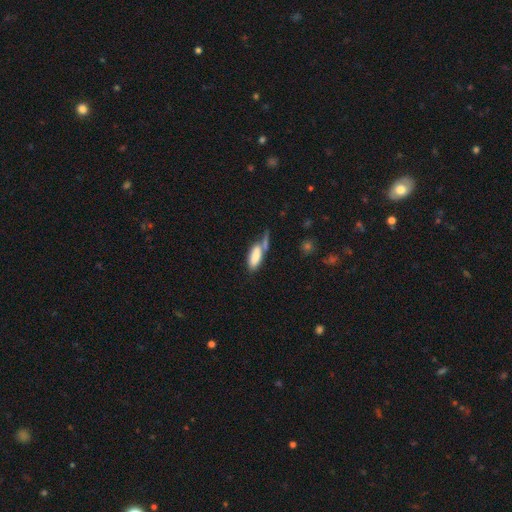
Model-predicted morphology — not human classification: Smooth or featured: smooth — 79% (featured or disk — 14%)
How rounded: in between — 68% (cigar-shaped — 30%)
Merging: none — 39% (merger — 30%)